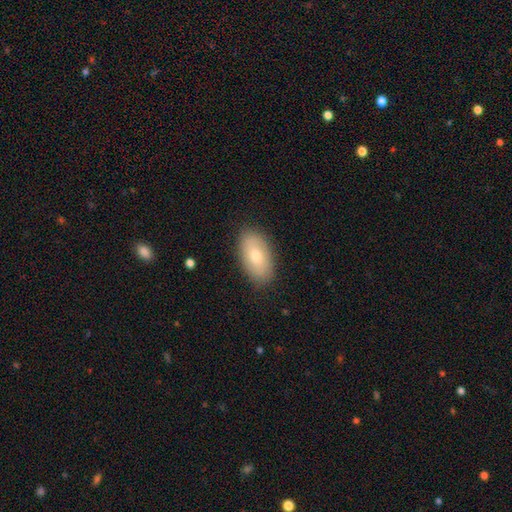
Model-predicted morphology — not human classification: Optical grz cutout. It shows a smooth galaxy with no disk features (72%) that is in between round and cigar-shaped (93%). Merging: none (86%).